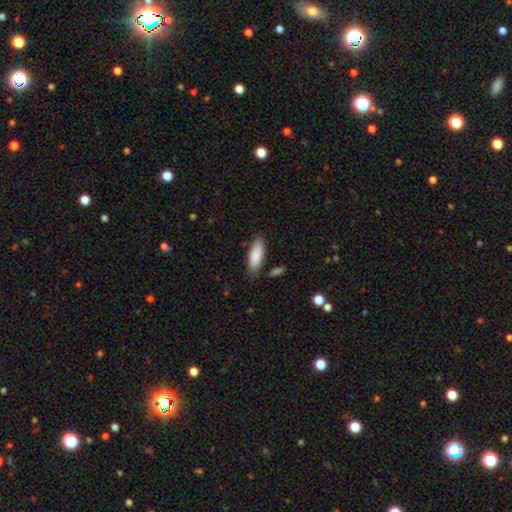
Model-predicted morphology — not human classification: type=smooth (87%); roundness=in between (70%); merging=none (78%).